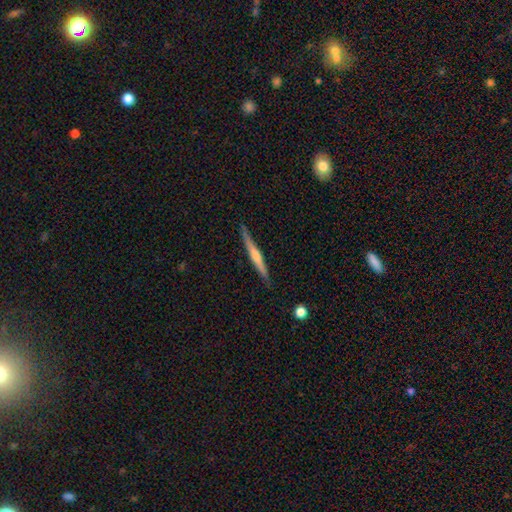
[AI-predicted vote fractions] Q: Smooth or featured?
A: featured or disk (67%); runner-up: smooth (28%)
Q: Edge-on disk?
A: yes (98%); runner-up: no (2%)
Q: Edge-on bulge?
A: rounded (73%); runner-up: none (19%)
Q: Merging?
A: none (89%); runner-up: minor disturbance (8%)